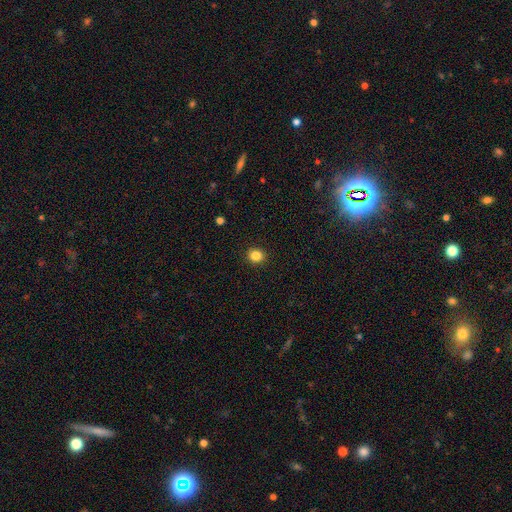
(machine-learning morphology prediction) Smooth or featured: smooth — 84% (star or artifact — 12%)
How rounded: round — 84% (in between — 15%)
Merging: none — 93% (minor disturbance — 5%)